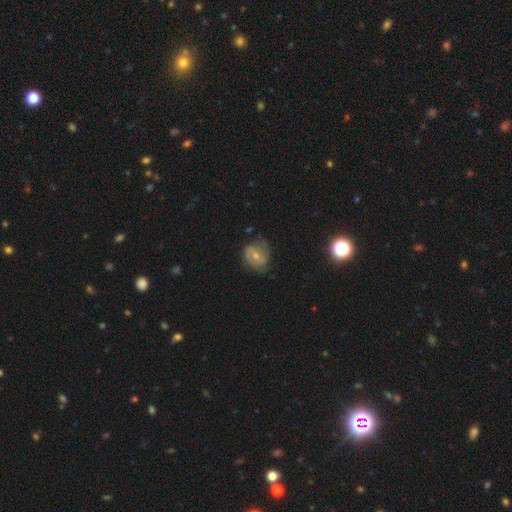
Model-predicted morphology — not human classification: A featured or disk galaxy (47%).

Vote fractions:
- Smooth or featured? featured or disk: 47% / smooth: 44% / star or artifact: 10%
- Merging? none: 59% / minor disturbance: 29% / major disturbance: 11% / merger: 2%